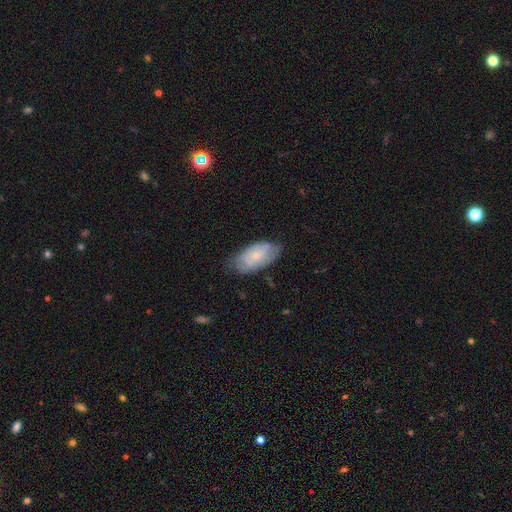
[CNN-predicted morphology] The model was most divided on "smooth or featured": smooth: 51%, featured or disk: 43%, star or artifact: 7%. More confident: how rounded — in between (93%); merging — none (67%).